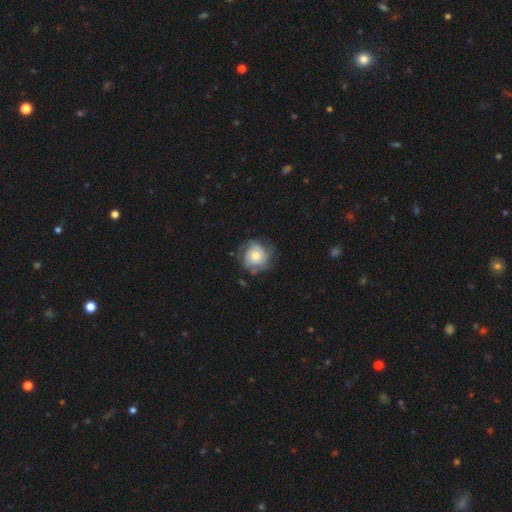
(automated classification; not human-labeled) smooth-or-featured: featured or disk: 62% | smooth: 31% | star or artifact: 7%
  disk-edge-on: no: 98% | yes: 2%
    bar: no: 82% | weak: 15% | strong: 3%
    has-spiral-arms: yes: 86% | no: 14%
      spiral-winding: tight: 57% | medium: 31% | loose: 12%
      spiral-arm-count: can't tell: 34% | 3: 24% | 2: 22% | 4: 9% | 1: 5% | more than 4: 5%
    bulge-size: moderate: 56% | small: 32% | large: 10% | none: 2% | dominant: 2%
  merging: none: 68% | minor disturbance: 20% | major disturbance: 10% | merger: 1%